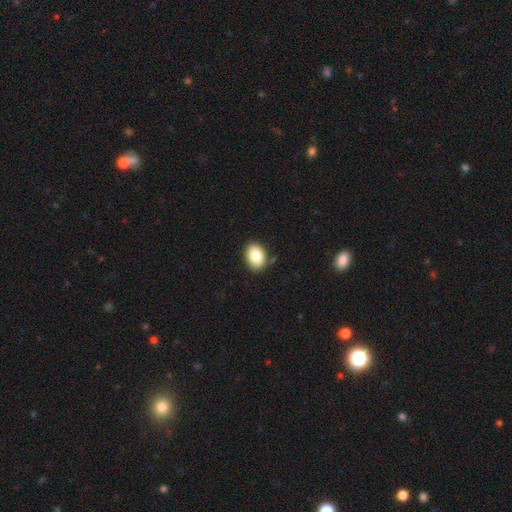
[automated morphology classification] A smooth galaxy with no disk features (84%) that is in between round and cigar-shaped (75%). Merging: none (84%).